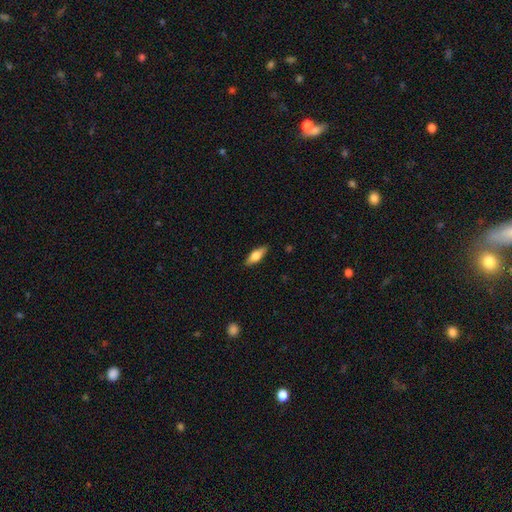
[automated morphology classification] Overall: smooth (59%; featured or disk 35%). How rounded: in between (61%; cigar-shaped 36%). Merging: none (87%).